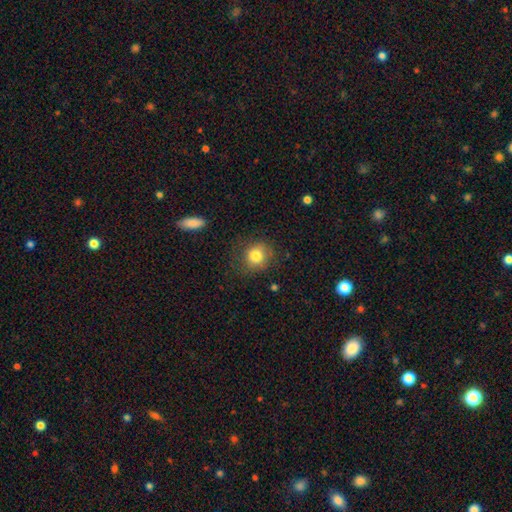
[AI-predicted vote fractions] Smooth or featured: smooth — 81% (star or artifact — 10%)
How rounded: round — 80% (in between — 19%)
Merging: none — 74% (minor disturbance — 17%)